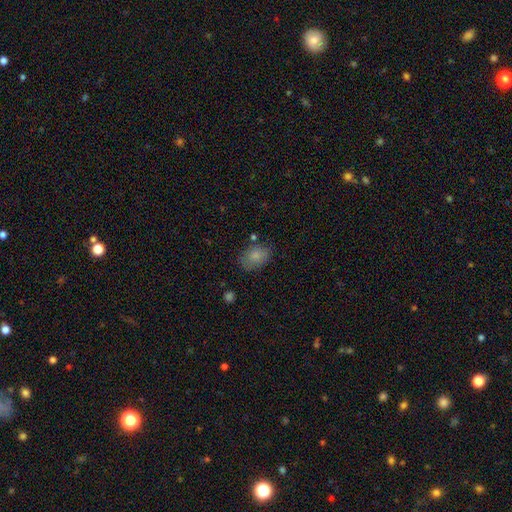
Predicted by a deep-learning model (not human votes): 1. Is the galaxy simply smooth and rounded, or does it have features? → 82% smooth, 9% featured or disk, 9% star or artifact.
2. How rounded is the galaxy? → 76% in between, 23% round, 1% cigar-shaped.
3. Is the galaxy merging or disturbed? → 71% none, 19% minor disturbance, 5% major disturbance, 4% merger.